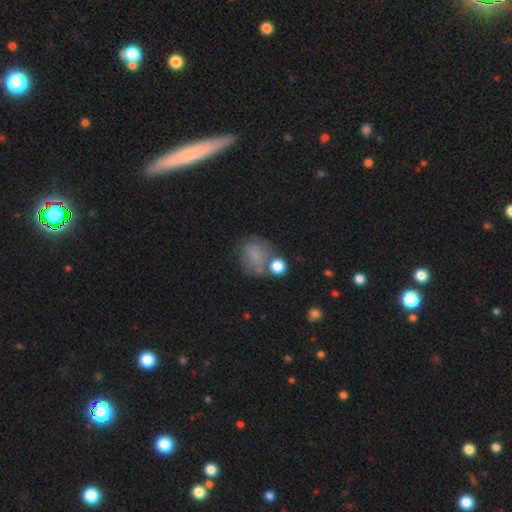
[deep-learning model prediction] The model was most divided on "merging": none: 50%, minor disturbance: 21%, merger: 16%, major disturbance: 13%. More confident: how rounded — round (73%); smooth or featured — smooth (70%).